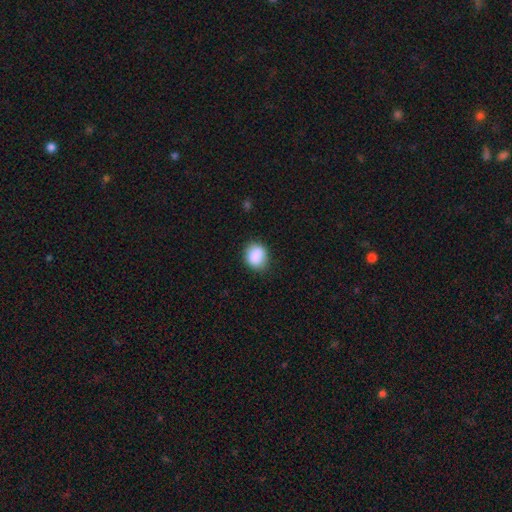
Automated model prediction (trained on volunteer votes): smooth 87%, star or artifact 8%, featured or disk 5%. Down the decision tree: how rounded — round (62%); merging — none (80%).